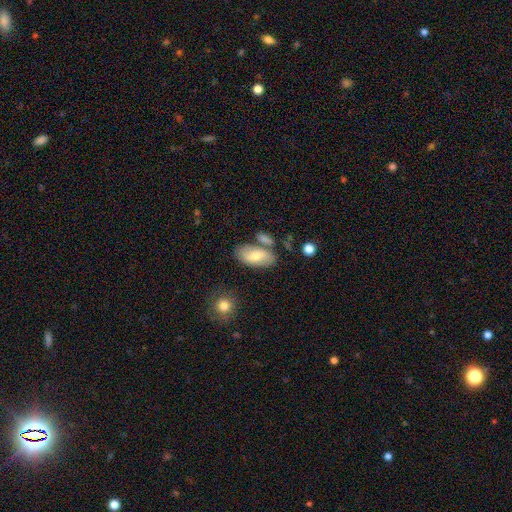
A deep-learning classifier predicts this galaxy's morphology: type=smooth (67%); roundness=in between (90%); merging=none (64%).